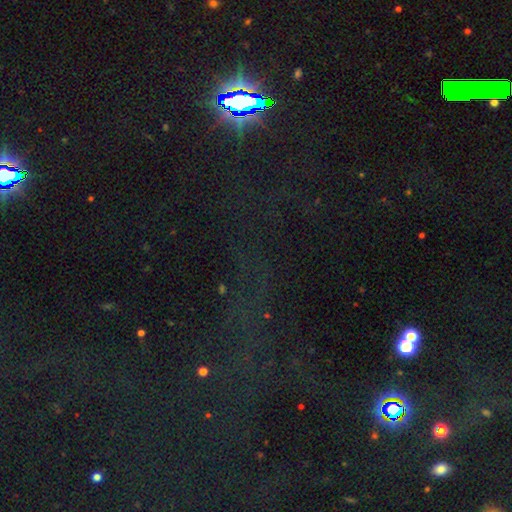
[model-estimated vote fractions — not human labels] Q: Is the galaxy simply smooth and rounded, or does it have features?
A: star or artifact — 78%.